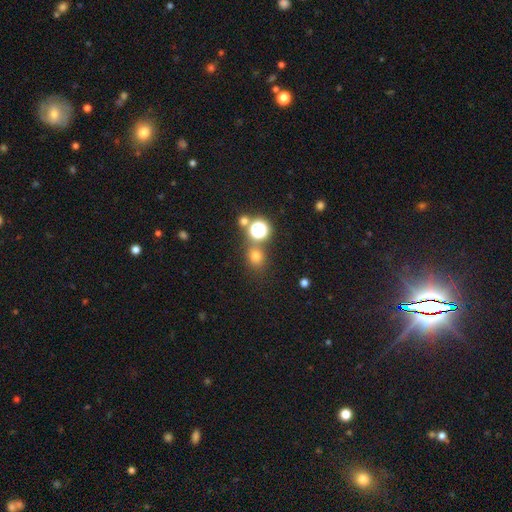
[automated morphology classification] smooth-or-featured: smooth: 68% | star or artifact: 25% | featured or disk: 7%
  how-rounded: round: 77% | in between: 22% | cigar-shaped: 1%
  merging: none: 74% | merger: 12% | minor disturbance: 10% | major disturbance: 4%